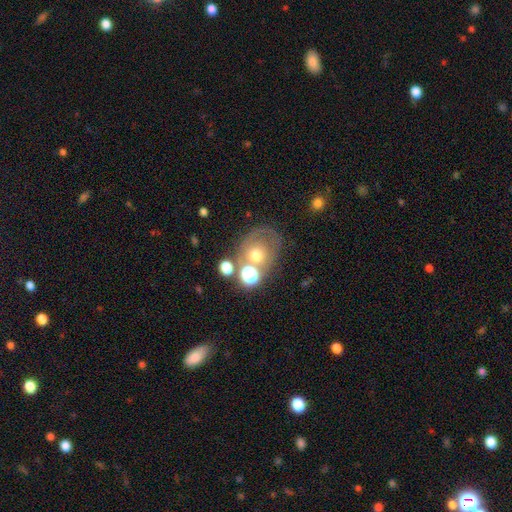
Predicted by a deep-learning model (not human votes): This appears to be a smooth galaxy with no disk features (50%) that is round (67%). Merging: none (43%).